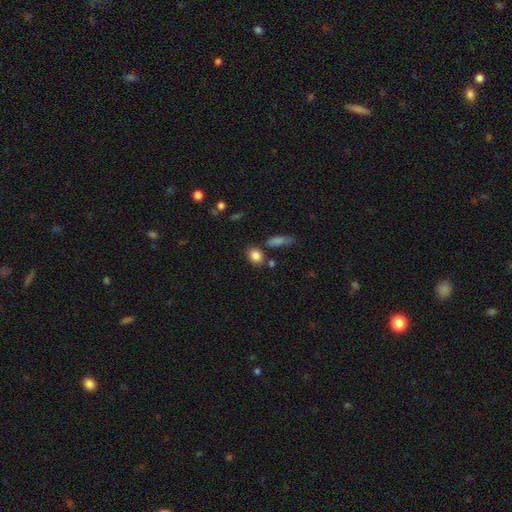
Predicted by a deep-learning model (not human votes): Smooth or featured? Predicted: smooth (p=0.85). How rounded? Predicted: round (p=0.50). Merging? Predicted: none (p=0.74).